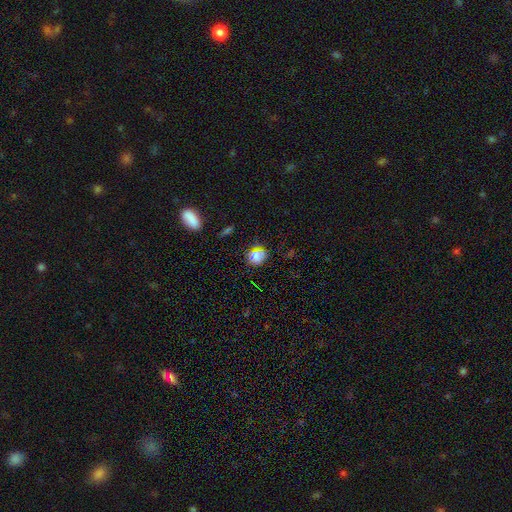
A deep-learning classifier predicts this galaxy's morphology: A smooth galaxy with no disk features (61%) that is round (81%). Merging: none (81%).